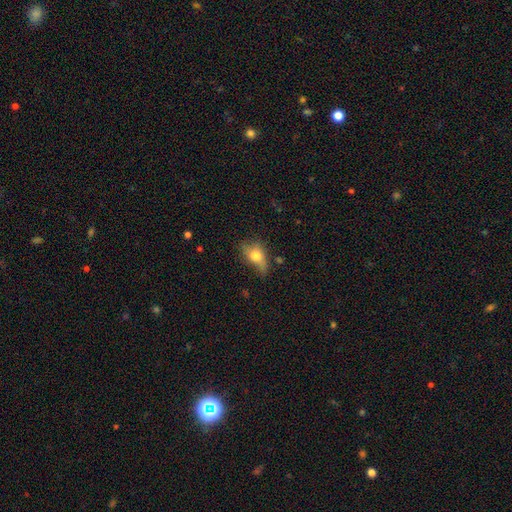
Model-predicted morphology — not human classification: A smooth galaxy with no disk features (63%) that is in between round and cigar-shaped (73%). Merging: none (45%).